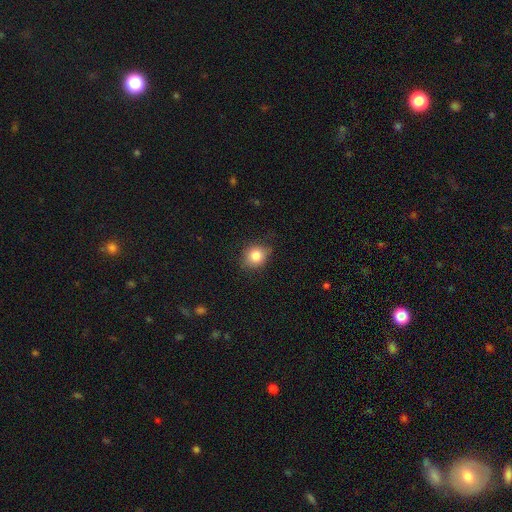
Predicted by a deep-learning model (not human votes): Smooth or featured? Predicted: smooth (p=0.82). How rounded? Predicted: round (p=0.74). Merging? Predicted: none (p=0.77).